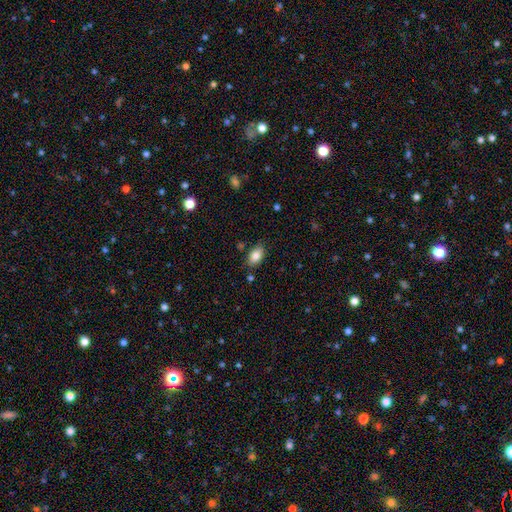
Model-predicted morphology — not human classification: This is clearly a smooth galaxy (85%). How rounded: clearly in between (90%). Merging: clearly none (81%).